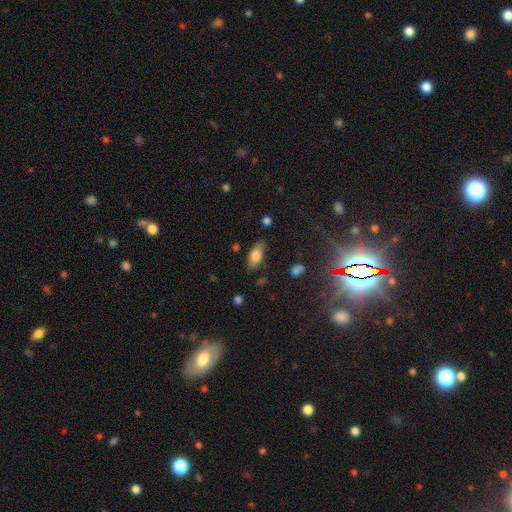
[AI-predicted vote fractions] smooth_or_featured: smooth (p=0.74) [alt: featured or disk p=0.19]
how_rounded: in between (p=0.80) [alt: cigar-shaped p=0.17]
merging: none (p=0.81) [alt: minor disturbance p=0.14]